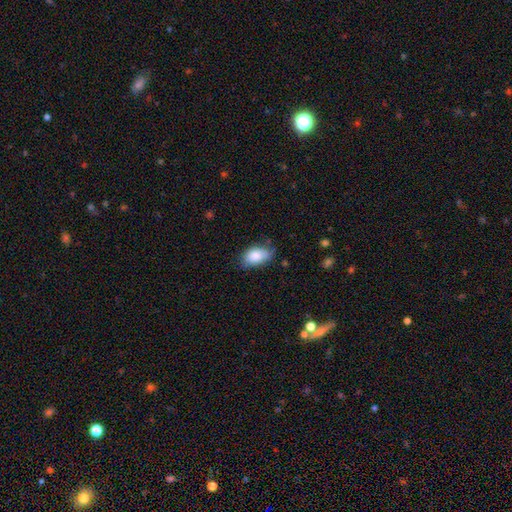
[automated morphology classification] type=smooth (86%); roundness=in between (91%); merging=none (62%).